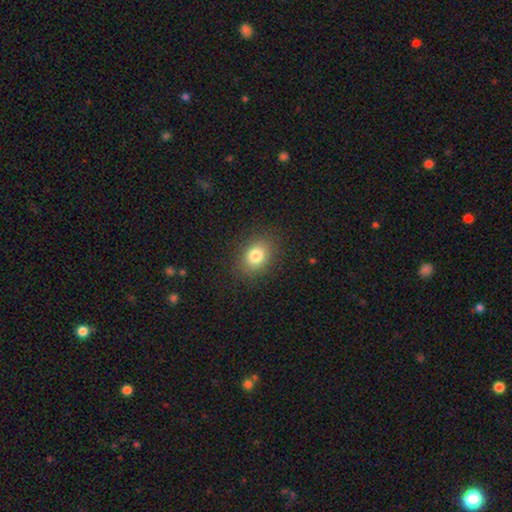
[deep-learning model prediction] Smooth or featured? smooth (81%)
How rounded? in between (59%)
Merging? none (86%)